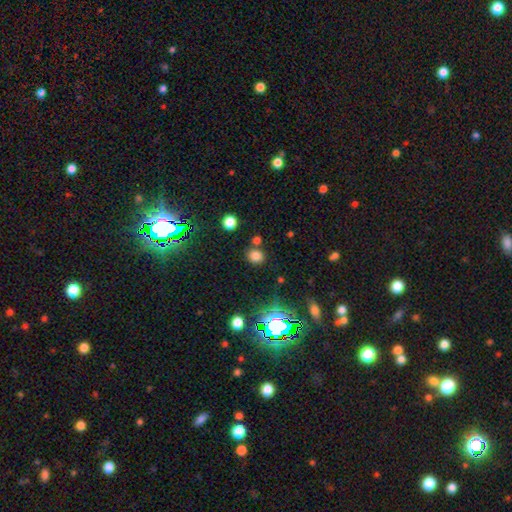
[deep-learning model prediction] Smooth or featured?
  - smooth: 72% *
  - star or artifact: 22%
  - featured or disk: 6%
How rounded?
  - round: 75% *
  - in between: 24%
  - cigar-shaped: 1%
Merging?
  - none: 73% *
  - merger: 14%
  - minor disturbance: 9%
  - major disturbance: 4%